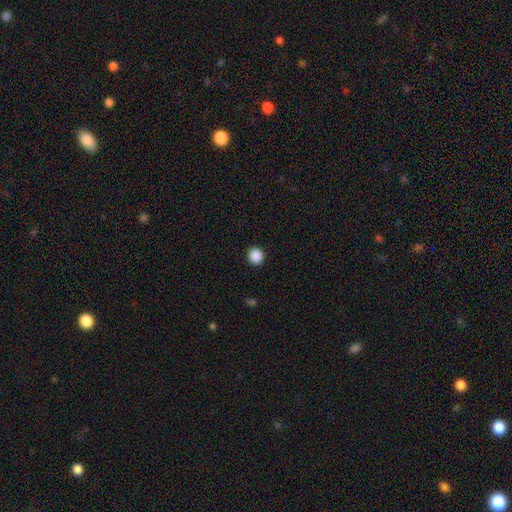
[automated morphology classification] Smooth or featured? smooth (89%)
How rounded? round (92%)
Merging? none (93%)